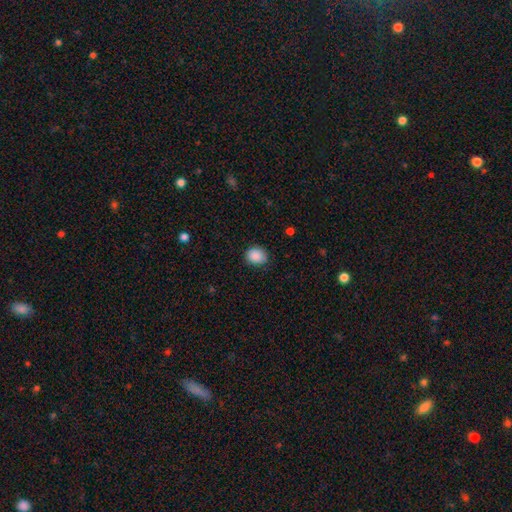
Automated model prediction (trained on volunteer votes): smooth_or_featured: smooth (p=0.89) [alt: star or artifact p=0.08]
how_rounded: round (p=0.64) [alt: in between p=0.35]
merging: none (p=0.82) [alt: minor disturbance p=0.14]